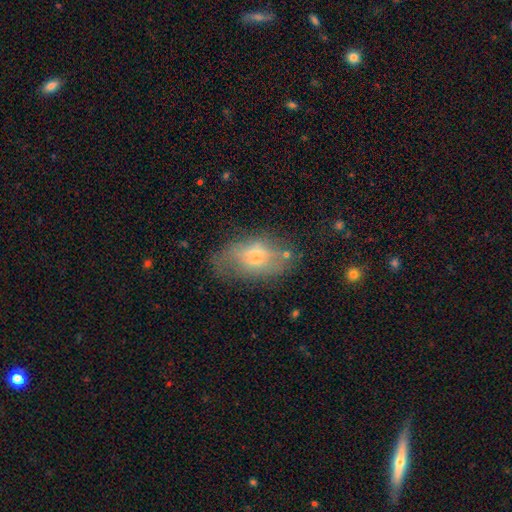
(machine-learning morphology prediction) A smooth galaxy with no disk features (57%) that is in between round and cigar-shaped (89%). Merging: none (55%).